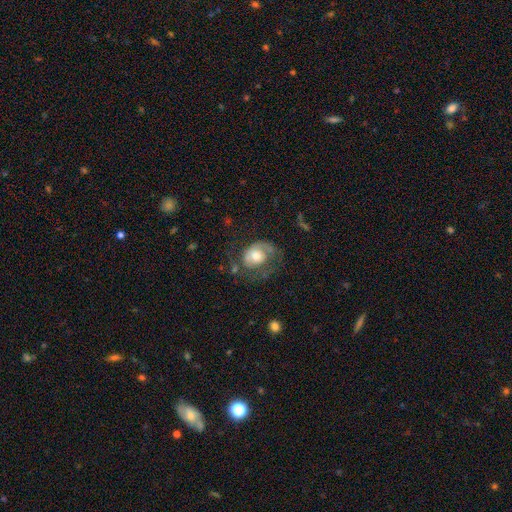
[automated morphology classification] Smooth or featured? Predicted: featured or disk (p=0.52). Edge-on disk? Predicted: no (p=0.97). Bar? Predicted: no (p=0.74). Spiral arms? Predicted: yes (p=0.71). Bulge size? Predicted: moderate (p=0.56). Merging? Predicted: none (p=0.41).